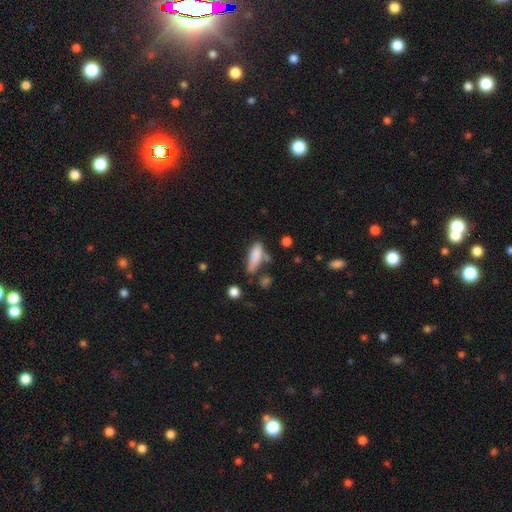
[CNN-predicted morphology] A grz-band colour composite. It shows a smooth galaxy with no disk features (80%) that is in between round and cigar-shaped (52%). Merging: none (50%).